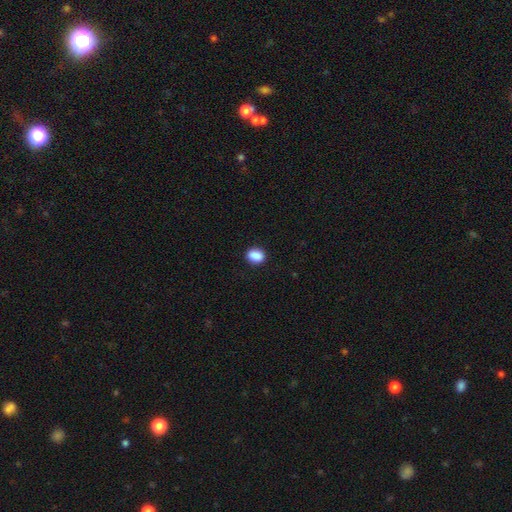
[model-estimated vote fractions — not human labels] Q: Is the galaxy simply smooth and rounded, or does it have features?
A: smooth — 89%.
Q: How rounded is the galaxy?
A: in between — 62%.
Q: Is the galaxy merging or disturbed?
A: none — 88%.